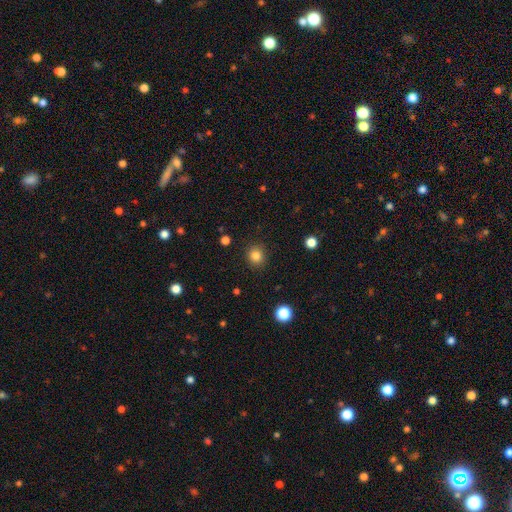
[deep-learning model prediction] Morphology: type=smooth (83%); roundness=round (87%); merging=none (90%).